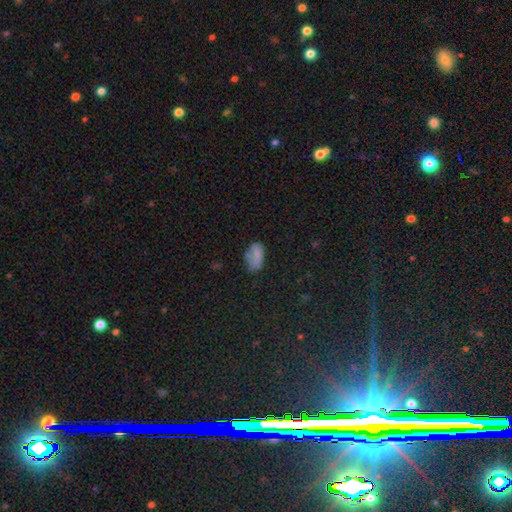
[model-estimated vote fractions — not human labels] Morphology: type=smooth (74%); roundness=in between (91%); merging=none (48%).